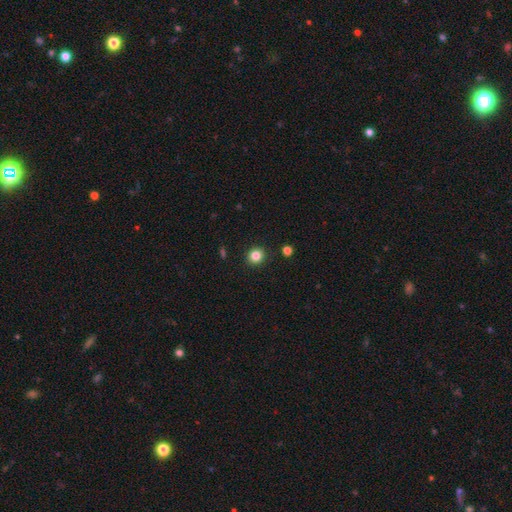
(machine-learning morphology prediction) Smooth or featured?
  - smooth: 84% *
  - star or artifact: 11%
  - featured or disk: 5%
How rounded?
  - round: 86% *
  - in between: 13%
  - cigar-shaped: 1%
Merging?
  - none: 91% *
  - minor disturbance: 6%
  - major disturbance: 2%
  - merger: 1%